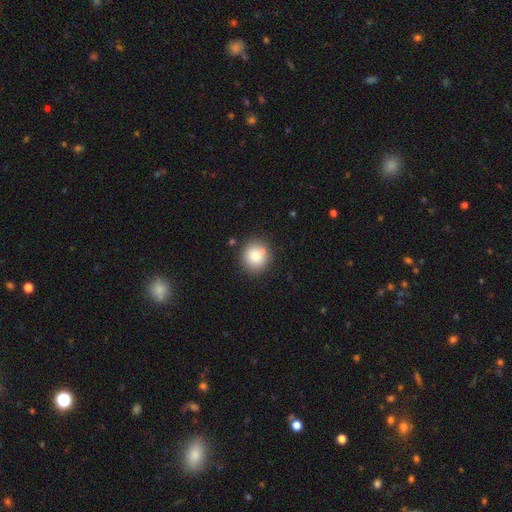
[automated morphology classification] Q: Smooth or featured?
A: smooth (82%); runner-up: star or artifact (9%)
Q: How rounded?
A: round (87%); runner-up: in between (12%)
Q: Merging?
A: none (76%); runner-up: minor disturbance (12%)